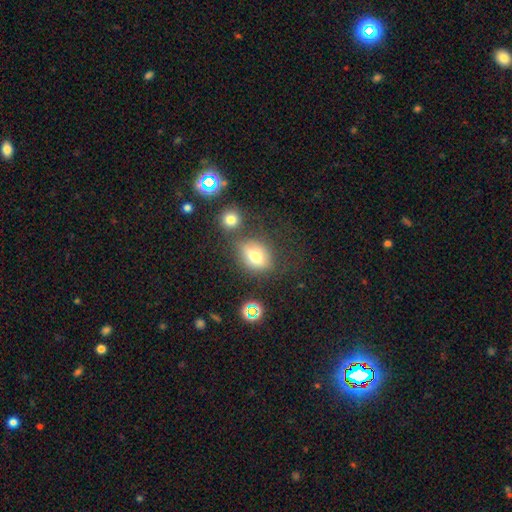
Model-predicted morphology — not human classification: Smooth or featured? Predicted: smooth (p=0.68). How rounded? Predicted: in between (p=0.61). Merging? Predicted: none (p=0.62).